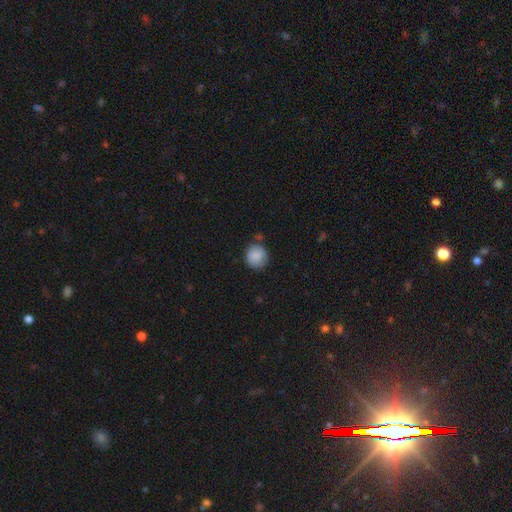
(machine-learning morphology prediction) This is clearly a smooth galaxy (86%). How rounded: clearly round (89%). Merging: likely none (74%).